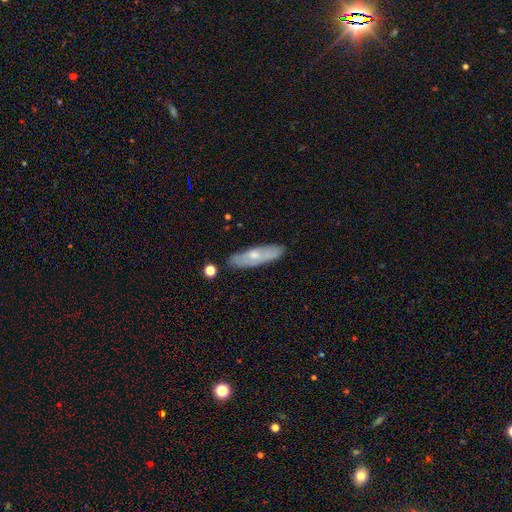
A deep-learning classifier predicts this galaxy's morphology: Smooth or featured? Predicted: smooth (p=0.48). Merging? Predicted: none (p=0.82).